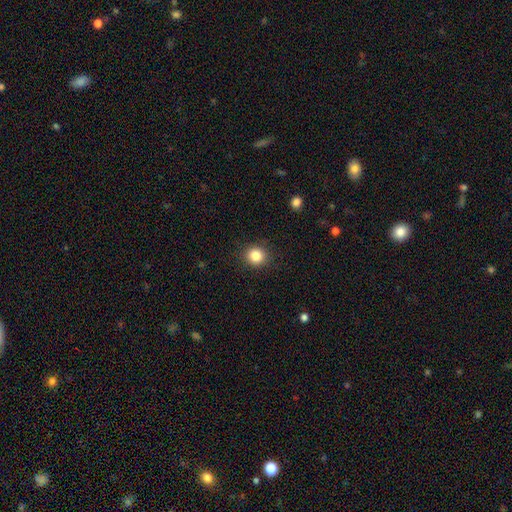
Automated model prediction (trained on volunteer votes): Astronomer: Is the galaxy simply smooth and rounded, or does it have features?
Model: smooth — 84%.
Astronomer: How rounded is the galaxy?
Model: round — 88%.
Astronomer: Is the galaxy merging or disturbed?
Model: none — 90%.